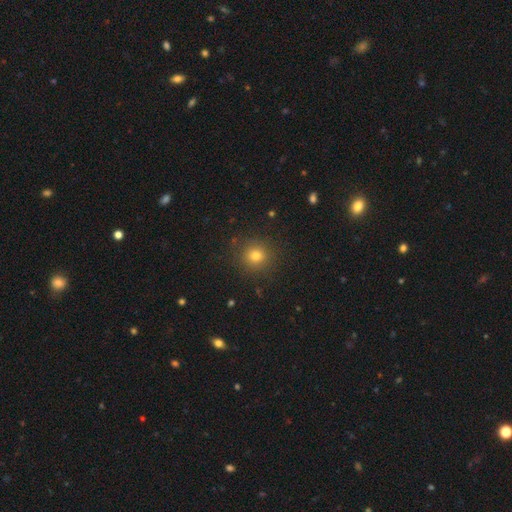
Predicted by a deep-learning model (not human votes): Overall: smooth (75%). How rounded: round (92%). Merging: none (90%).